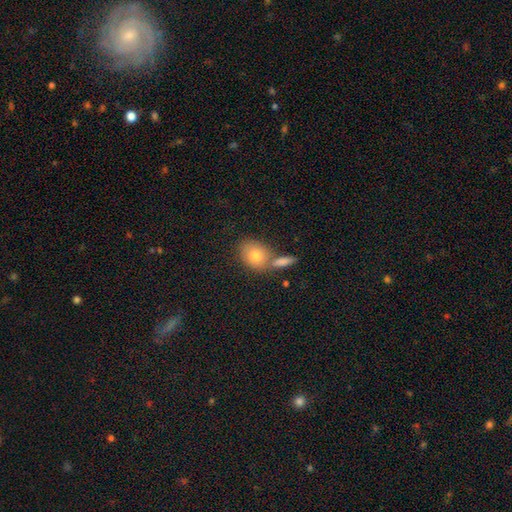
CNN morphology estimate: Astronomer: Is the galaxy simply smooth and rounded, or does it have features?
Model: smooth — 76%.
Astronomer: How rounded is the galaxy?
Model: in between — 58% (runner-up: round, 40%).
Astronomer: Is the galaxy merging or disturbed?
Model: none — 54% (runner-up: merger, 31%).